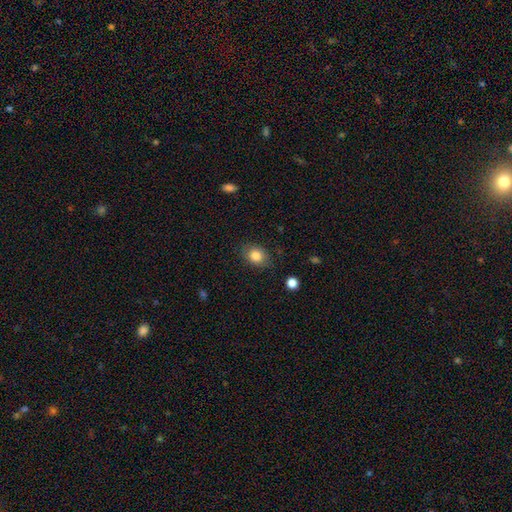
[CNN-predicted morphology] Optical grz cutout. It shows a smooth galaxy with no disk features (83%) that is in between round and cigar-shaped (62%). Merging: none (81%).